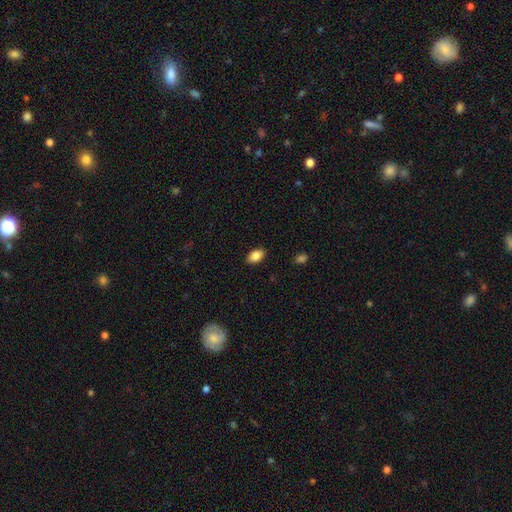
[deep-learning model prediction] This appears to be a smooth galaxy with no disk features (85%) that is in between round and cigar-shaped (91%). Merging: none (88%).